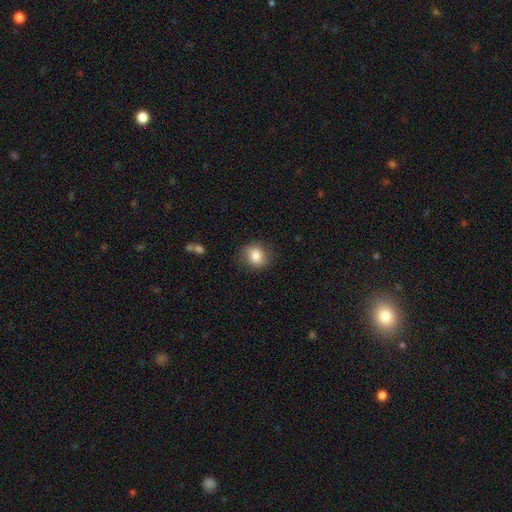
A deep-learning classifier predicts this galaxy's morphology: smooth-or-featured: smooth: 82% | featured or disk: 10% | star or artifact: 9%
  how-rounded: round: 77% | in between: 22% | cigar-shaped: 1%
  merging: none: 81% | minor disturbance: 14% | major disturbance: 4% | merger: 1%